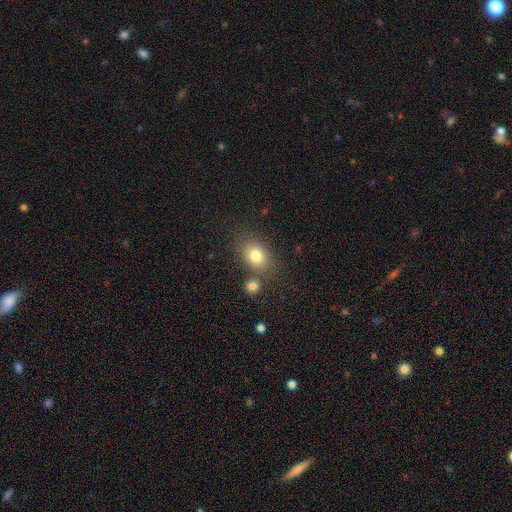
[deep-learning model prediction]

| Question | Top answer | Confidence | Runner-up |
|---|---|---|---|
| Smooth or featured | smooth | 79% | star or artifact (11%) |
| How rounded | in between | 66% | round (33%) |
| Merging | none | 69% | merger (15%) |